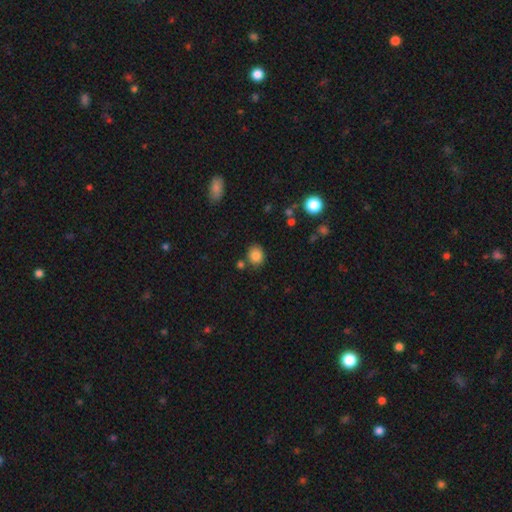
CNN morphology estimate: Overall: smooth (84%). How rounded: round (67%; in between 32%). Merging: none (77%).